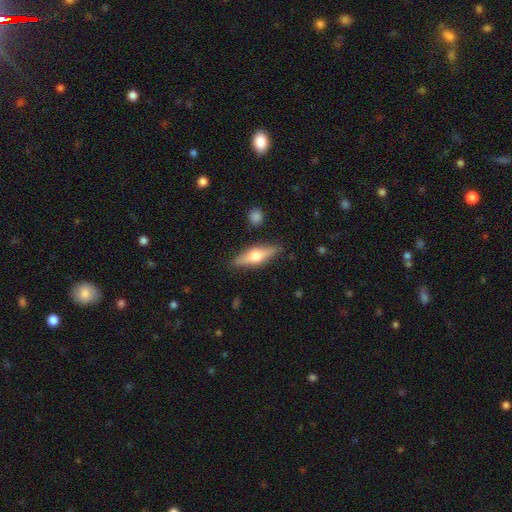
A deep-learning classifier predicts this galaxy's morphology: type=featured or disk (53%); edge-on=yes (92%); merging=none (86%).